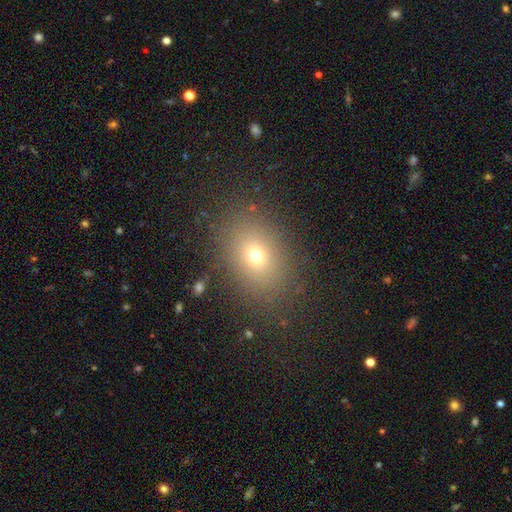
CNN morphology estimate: smooth_or_featured: smooth (p=0.68) [alt: star or artifact p=0.18]
how_rounded: in between (p=0.66) [alt: round p=0.33]
merging: none (p=0.84) [alt: minor disturbance p=0.10]